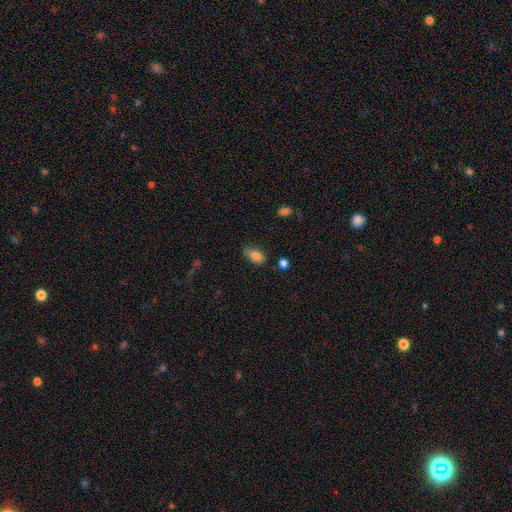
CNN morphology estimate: smooth 84%, star or artifact 8%, featured or disk 7%. Down the decision tree: how rounded — in between (90%); merging — none (66%).